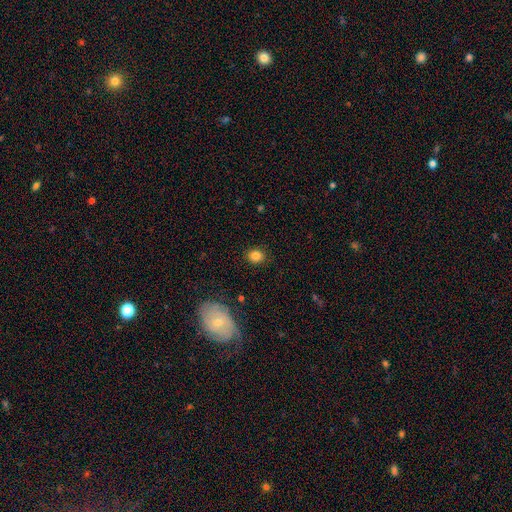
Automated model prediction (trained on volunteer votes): A smooth galaxy with no disk features (84%) that is round (69%). Merging: none (88%).